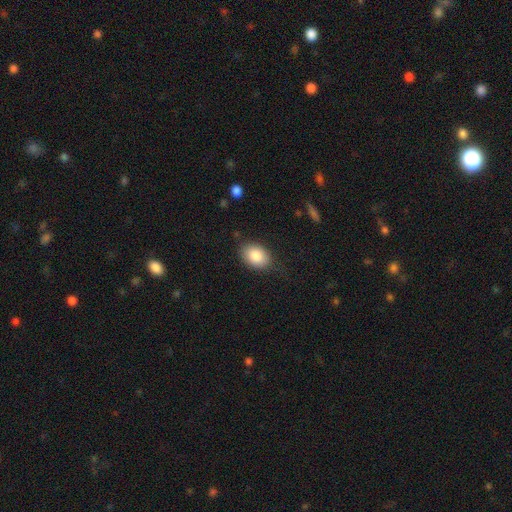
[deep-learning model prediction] This appears to be a smooth galaxy with no disk features (85%) that is in between round and cigar-shaped (79%). Merging: none (79%).